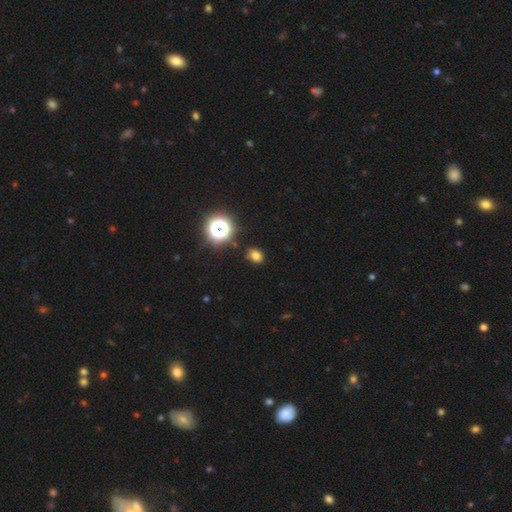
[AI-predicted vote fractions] A smooth galaxy with no disk features (75%) that is round (50%).

Vote fractions:
- Smooth or featured? smooth: 75% / star or artifact: 20% / featured or disk: 5%
- How rounded? round: 50% / in between: 48% / cigar-shaped: 1%
- Merging? none: 85% / minor disturbance: 10% / major disturbance: 3% / merger: 2%